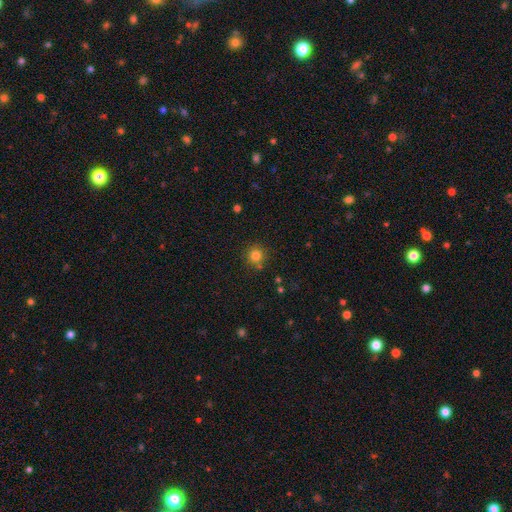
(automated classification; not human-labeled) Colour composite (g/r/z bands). It shows a smooth galaxy with no disk features (80%) that is round (93%). Merging: none (81%).